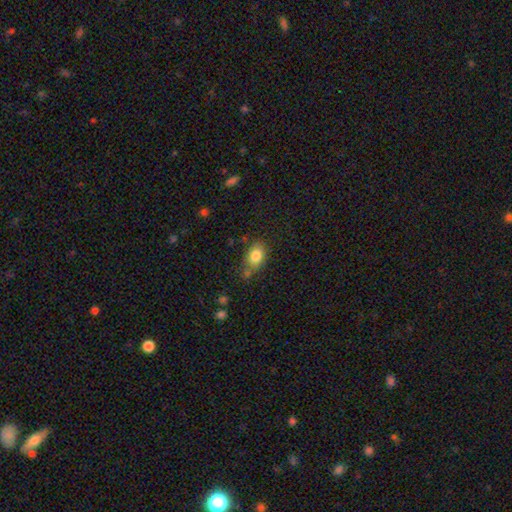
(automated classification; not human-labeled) This appears to be a smooth galaxy with no disk features (83%) that is in between round and cigar-shaped (80%). Merging: none (67%).